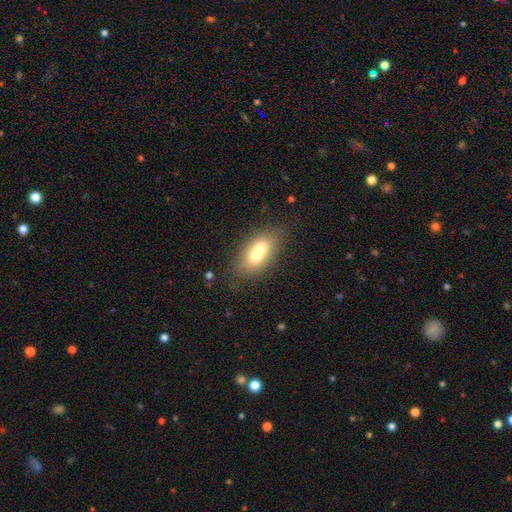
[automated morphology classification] Q: Smooth or featured?
A: smooth (62%); runner-up: featured or disk (29%)
Q: How rounded?
A: in between (76%); runner-up: round (19%)
Q: Merging?
A: merger (59%); runner-up: none (30%)